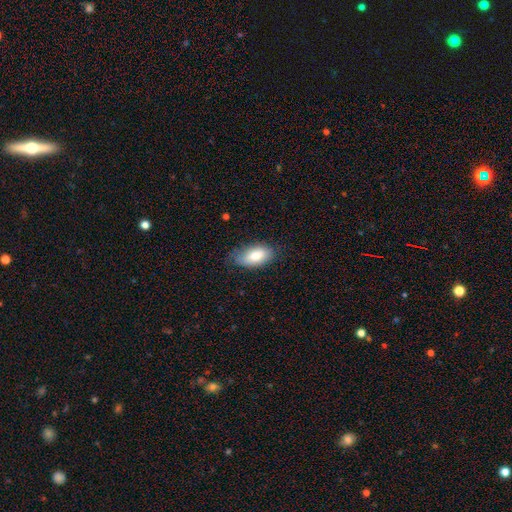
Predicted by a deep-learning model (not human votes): A smooth galaxy with no disk features (80%) that is in between round and cigar-shaped (92%).

Vote fractions:
- Smooth or featured? smooth: 80% / featured or disk: 14% / star or artifact: 7%
- How rounded? in between: 92% / cigar-shaped: 4% / round: 3%
- Merging? none: 69% / minor disturbance: 24% / major disturbance: 5% / merger: 1%